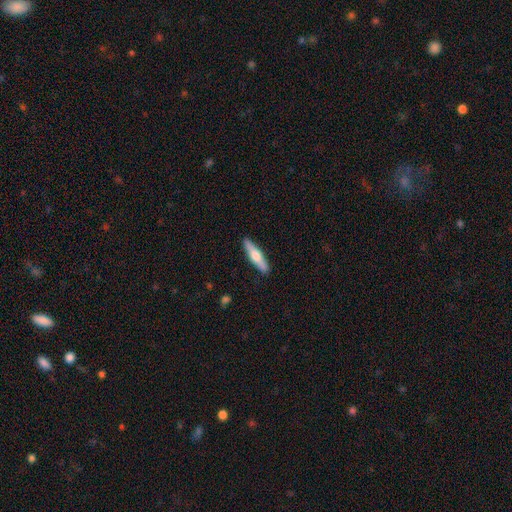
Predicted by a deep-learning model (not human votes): Morphology: type=smooth (53%); roundness=cigar-shaped (80%); merging=none (90%).